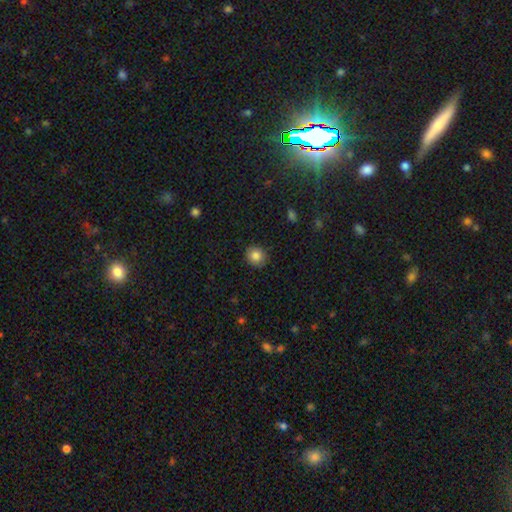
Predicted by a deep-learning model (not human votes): Morphology: type=smooth (85%); roundness=round (89%); merging=none (91%).